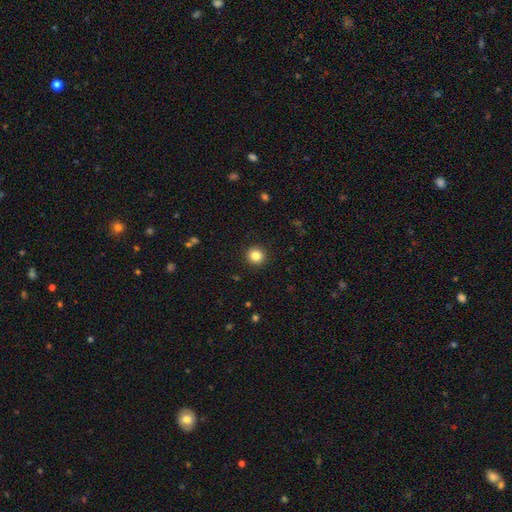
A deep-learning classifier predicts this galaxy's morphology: Smooth or featured?
  - smooth: 84% *
  - star or artifact: 11%
  - featured or disk: 5%
How rounded?
  - round: 94% *
  - in between: 5%
  - cigar-shaped: 1%
Merging?
  - none: 92% *
  - minor disturbance: 5%
  - major disturbance: 2%
  - merger: 1%